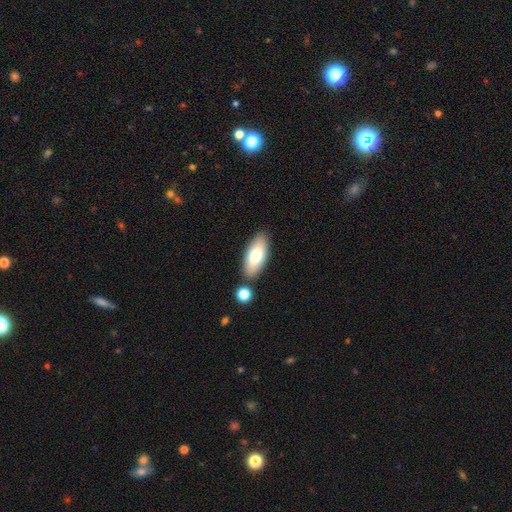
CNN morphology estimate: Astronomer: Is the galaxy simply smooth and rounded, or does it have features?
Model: smooth — 75%.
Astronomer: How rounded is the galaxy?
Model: in between — 85%.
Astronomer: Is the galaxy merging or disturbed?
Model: none — 82%.